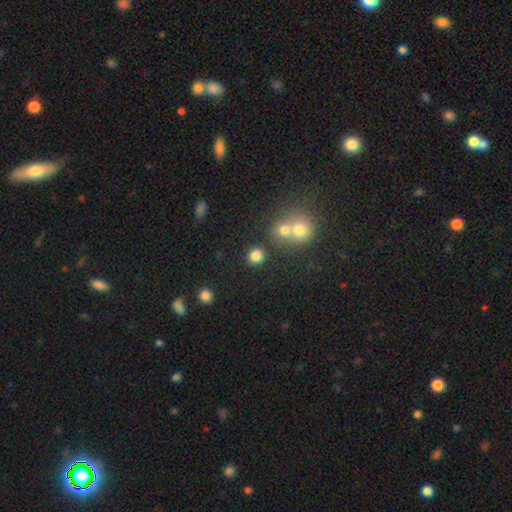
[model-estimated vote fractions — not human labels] A smooth galaxy with no disk features (82%) that is round (80%). Merging: none (78%).